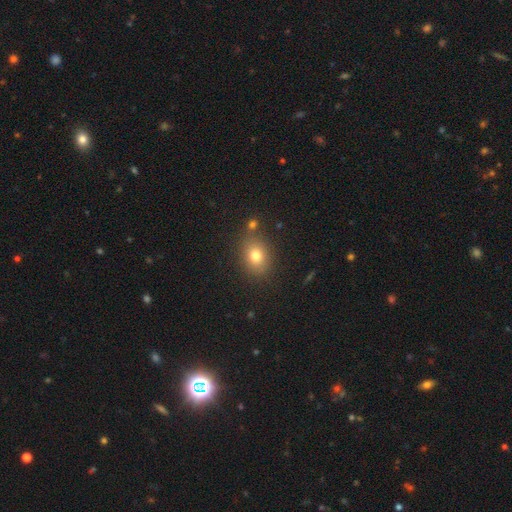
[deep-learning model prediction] This is likely a smooth galaxy (78%). How rounded: possibly in between (54%). Merging: likely none (77%).